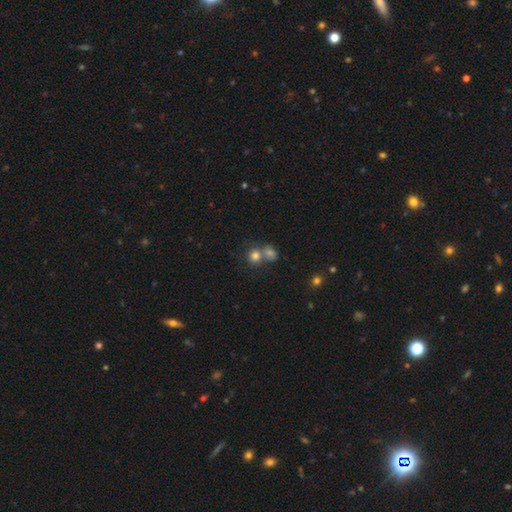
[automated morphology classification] This is likely a smooth galaxy (77%). How rounded: clearly round (84%). Merging: possibly merger (45%, tied with none).